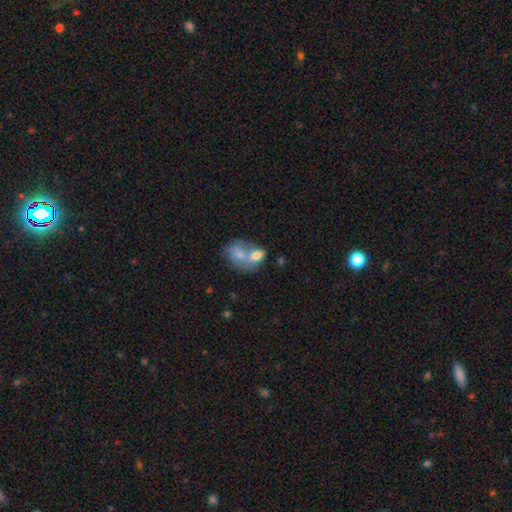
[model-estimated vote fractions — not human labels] This is likely a smooth galaxy (72%). How rounded: likely in between (75%). Merging: likely merger (70%).